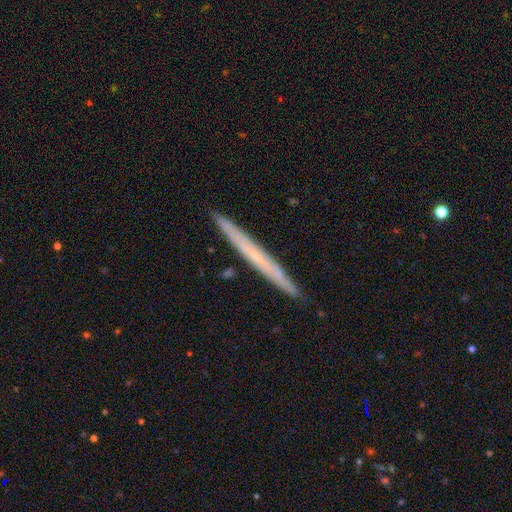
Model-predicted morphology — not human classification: smooth-or-featured: featured or disk: 54% | smooth: 40% | star or artifact: 6%
  disk-edge-on: yes: 96% | no: 4%
    edge-on-bulge: none: 81% | rounded: 16% | boxy: 3%
  merging: none: 92% | minor disturbance: 6% | major disturbance: 1% | merger: 1%